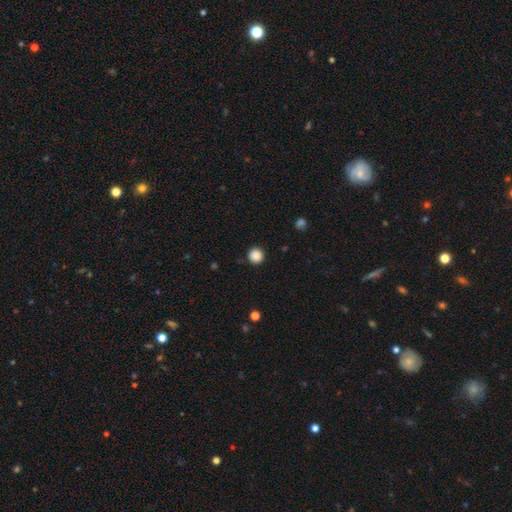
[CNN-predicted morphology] This is clearly a smooth galaxy (87%). How rounded: clearly round (95%). Merging: clearly none (91%).